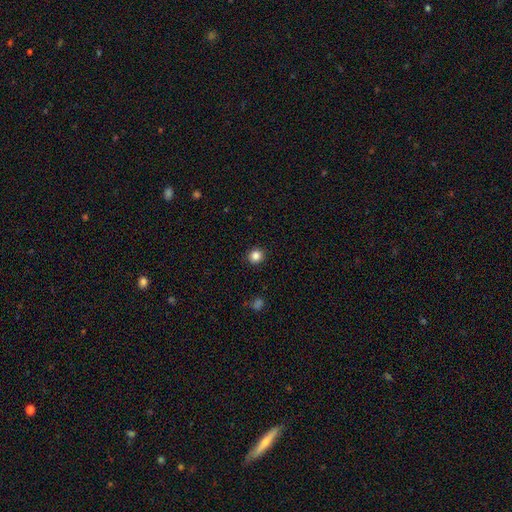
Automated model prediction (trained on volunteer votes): Smooth or featured? Predicted: smooth (p=0.85). How rounded? Predicted: round (p=0.88). Merging? Predicted: none (p=0.92).